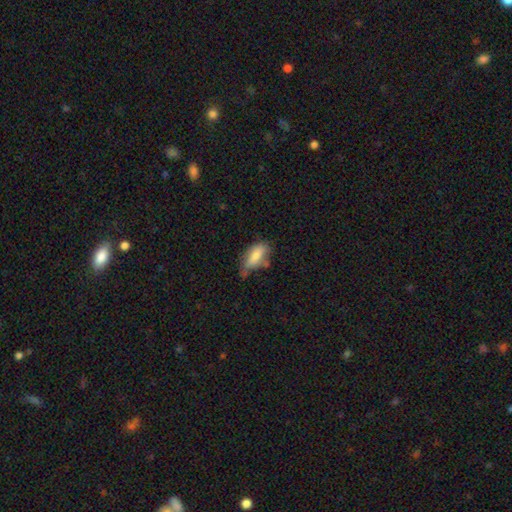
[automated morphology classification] type=smooth (72%); roundness=in between (81%); merging=none (41%).